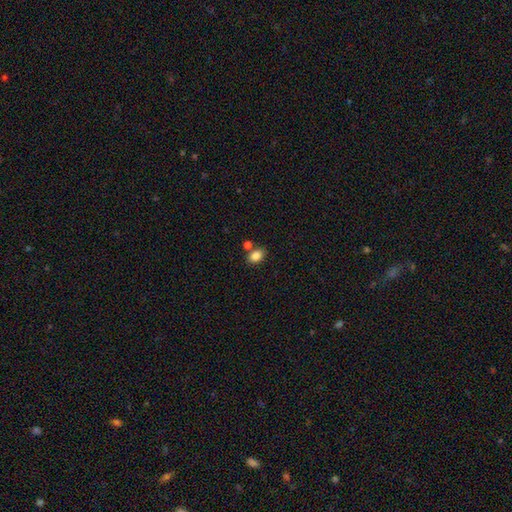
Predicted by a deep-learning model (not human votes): Morphology: type=smooth (85%); roundness=in between (75%); merging=none (67%).